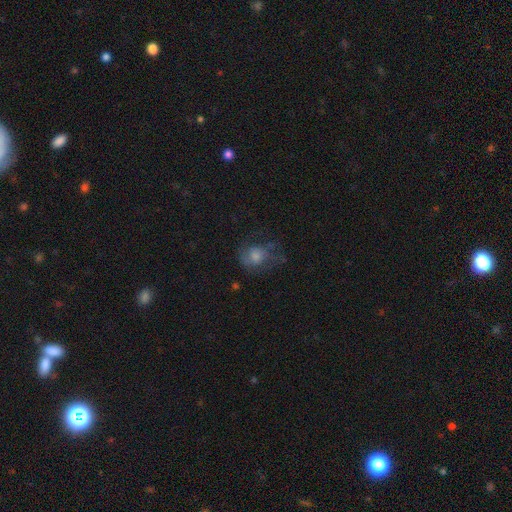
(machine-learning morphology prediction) Q: Smooth or featured?
A: smooth (46%); runner-up: featured or disk (37%)
Q: Merging?
A: none (52%); runner-up: major disturbance (24%)